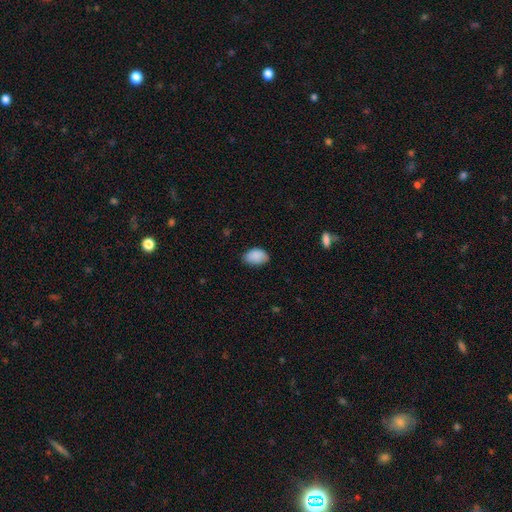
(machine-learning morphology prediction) The model was most divided on "merging": none: 74%, minor disturbance: 22%, major disturbance: 3%, merger: 1%. More confident: smooth or featured — smooth (89%); how rounded — in between (87%).